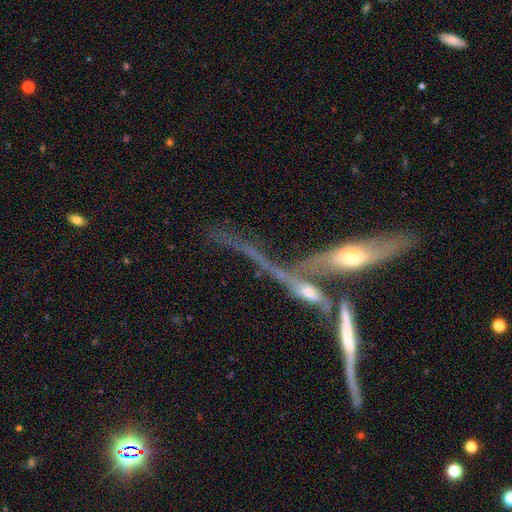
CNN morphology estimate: smooth_or_featured: featured or disk (p=0.72) [alt: smooth p=0.15]
disk_edge_on: yes (p=0.70) [alt: no p=0.30]
edge_on_bulge: rounded (p=0.71) [alt: none p=0.19]
merging: merger (p=0.49) [alt: none p=0.28]